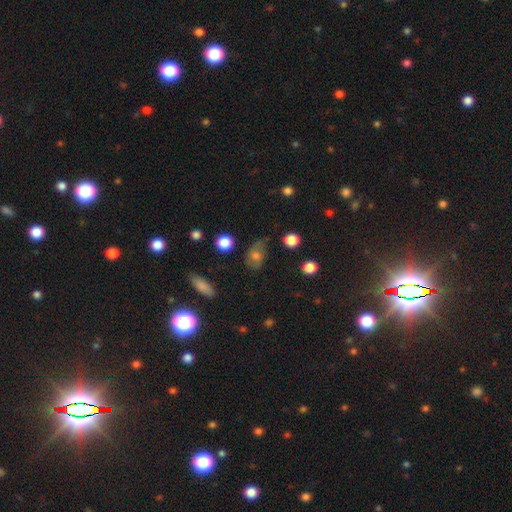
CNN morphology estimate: This is likely a smooth galaxy (61%). How rounded: likely in between (73%). Merging: possibly none (49%).